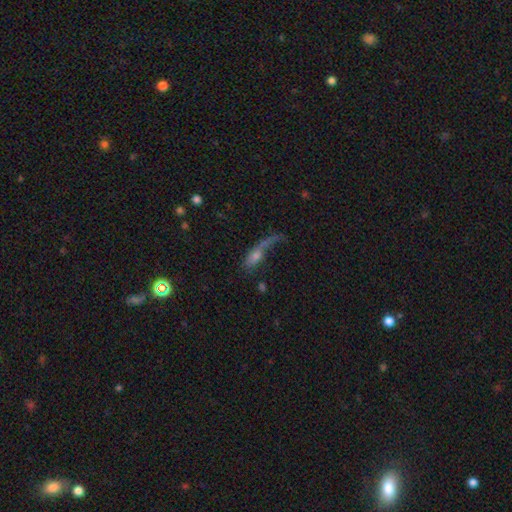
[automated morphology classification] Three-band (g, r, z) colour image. It shows a smooth galaxy with no disk features (44%). Merging: major disturbance (44%).